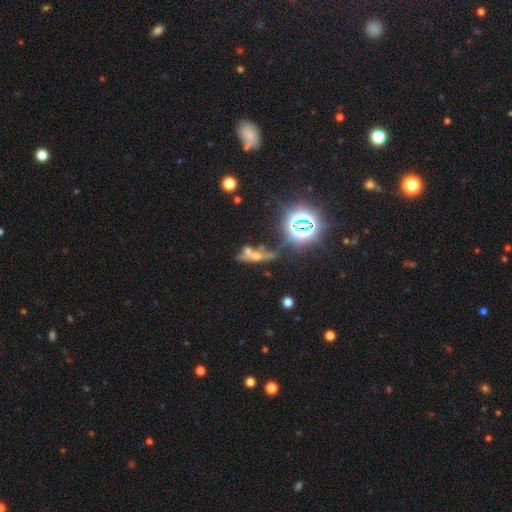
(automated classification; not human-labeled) Overall: featured or disk (35%; smooth 33%). Merging: merger (37%; none 36%).